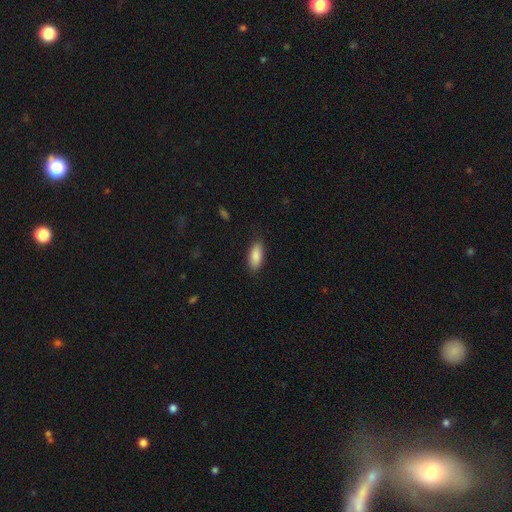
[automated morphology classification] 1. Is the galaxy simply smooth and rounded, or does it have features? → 88% smooth, 6% featured or disk, 6% star or artifact.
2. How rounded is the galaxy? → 85% in between, 13% cigar-shaped, 2% round.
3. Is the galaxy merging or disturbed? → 85% none, 11% minor disturbance, 3% major disturbance, 1% merger.